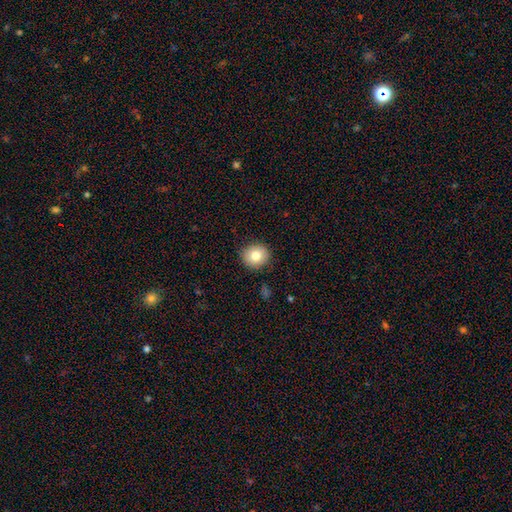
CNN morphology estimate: smooth 80%, featured or disk 11%, star or artifact 9%. Down the decision tree: how rounded — round (85%); merging — none (90%).